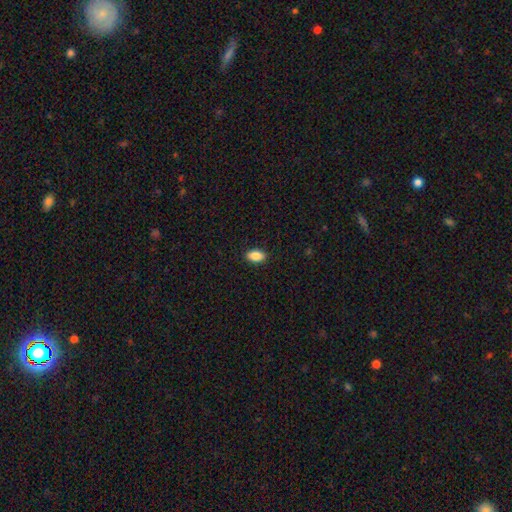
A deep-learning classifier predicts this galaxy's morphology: This is clearly a smooth galaxy (86%). How rounded: clearly in between (91%). Merging: clearly none (89%).